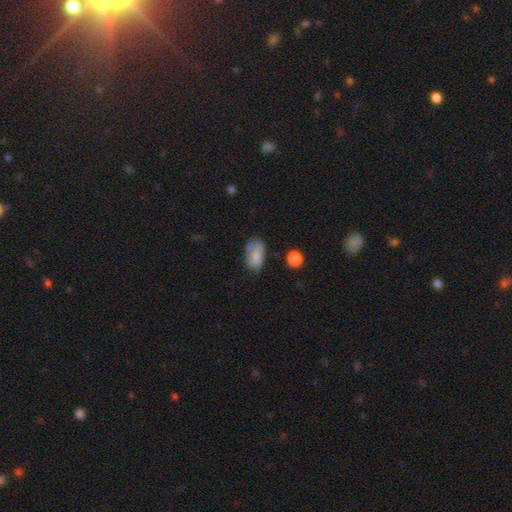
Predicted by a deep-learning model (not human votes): Smooth or featured?
  - smooth: 69% *
  - featured or disk: 22%
  - star or artifact: 9%
How rounded?
  - in between: 91% *
  - round: 7%
  - cigar-shaped: 2%
Merging?
  - none: 50% *
  - minor disturbance: 31%
  - major disturbance: 14%
  - merger: 5%